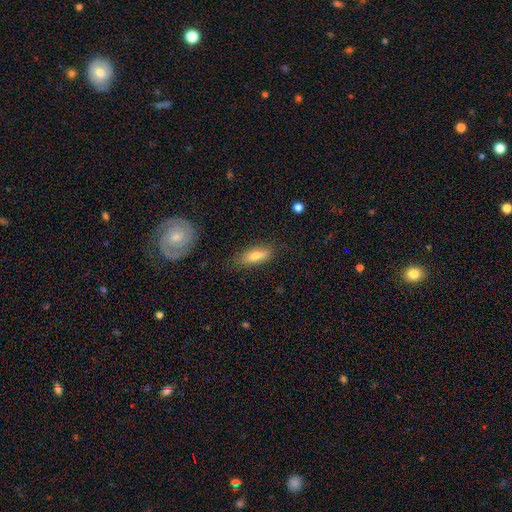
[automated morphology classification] The model was most divided on "how rounded": in between: 60%, cigar-shaped: 37%, round: 3%. More confident: merging — none (77%); smooth or featured — smooth (72%).